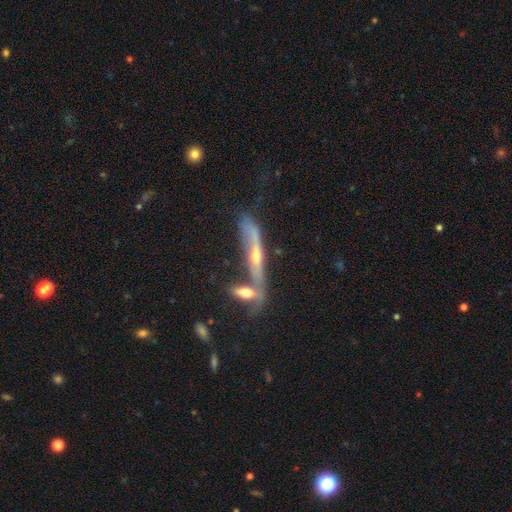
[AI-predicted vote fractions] Morphology: type=featured or disk (67%); edge-on=yes (79%); edge-on bulge=rounded (80%); merging=none (38%).